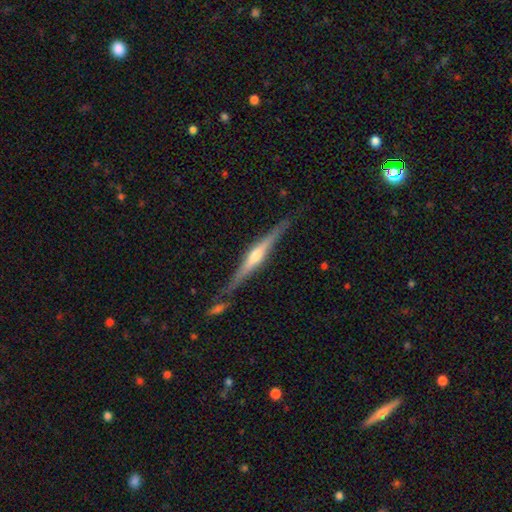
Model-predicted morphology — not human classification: featured or disk 77%, smooth 17%, star or artifact 6%. Down the decision tree: edge-on disk — yes (98%); edge-on bulge — rounded (85%); merging — none (80%).